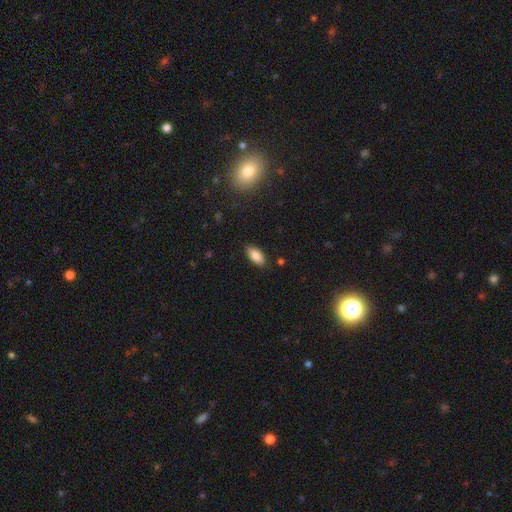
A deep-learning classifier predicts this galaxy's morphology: Overall: smooth (86%). How rounded: in between (91%). Merging: none (86%).